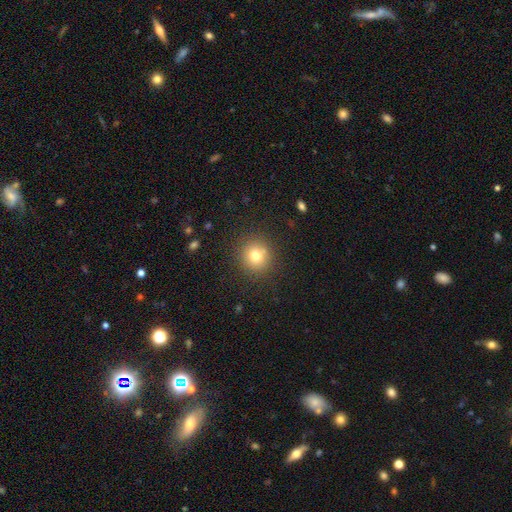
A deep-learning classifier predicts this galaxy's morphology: Smooth or featured? smooth (75%)
How rounded? round (91%)
Merging? none (86%)